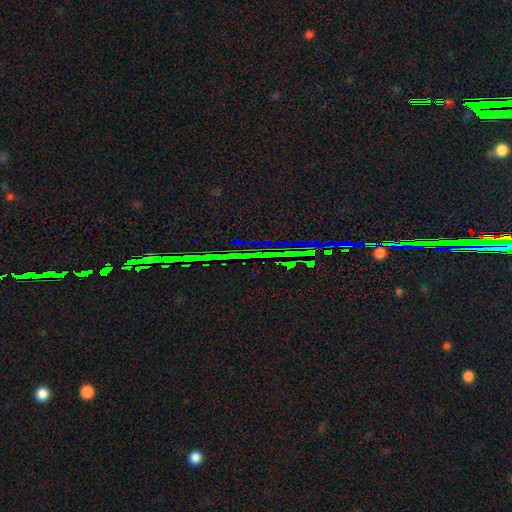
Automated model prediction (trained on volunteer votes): smooth_or_featured: star or artifact (p=0.86) [alt: featured or disk p=0.07]